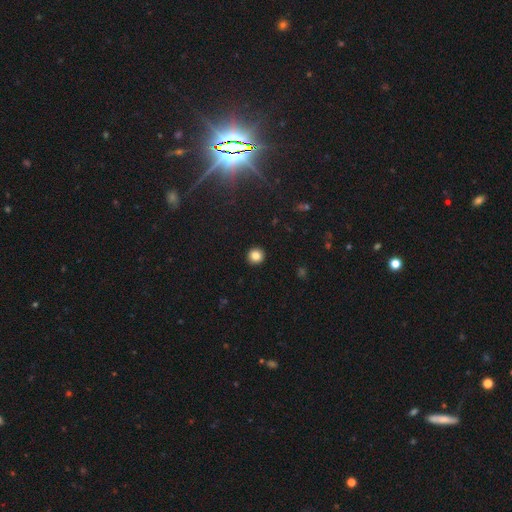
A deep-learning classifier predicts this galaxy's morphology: A smooth galaxy with no disk features (84%) that is round (95%).

Vote fractions:
- Smooth or featured? smooth: 84% / star or artifact: 11% / featured or disk: 5%
- How rounded? round: 95% / in between: 4% / cigar-shaped: 1%
- Merging? none: 94% / minor disturbance: 4% / major disturbance: 1% / merger: 1%